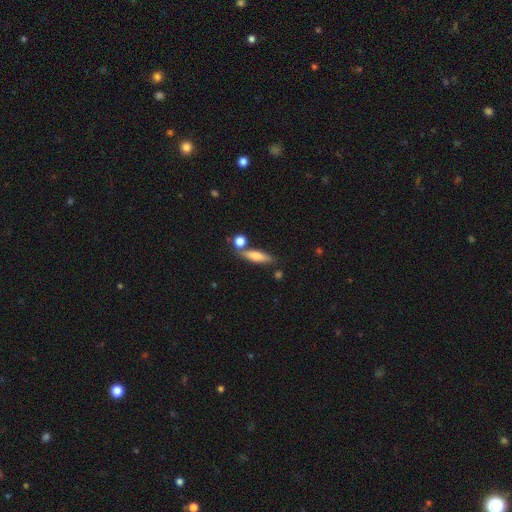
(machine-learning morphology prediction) Smooth or featured? Predicted: smooth (p=0.63). How rounded? Predicted: cigar-shaped (p=0.66). Merging? Predicted: none (p=0.72).